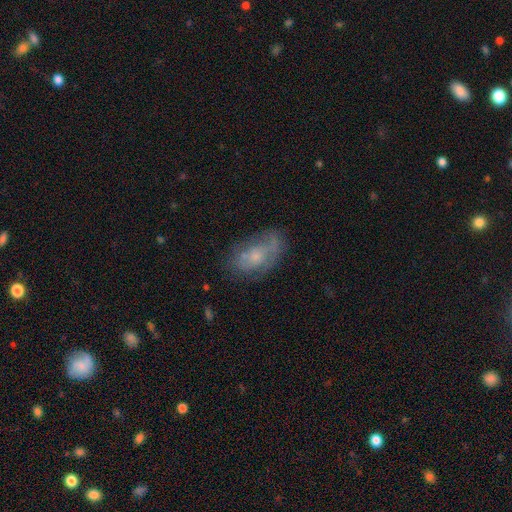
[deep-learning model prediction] Q: Smooth or featured?
A: featured or disk (46%); runner-up: smooth (45%)
Q: Merging?
A: none (54%); runner-up: minor disturbance (28%)